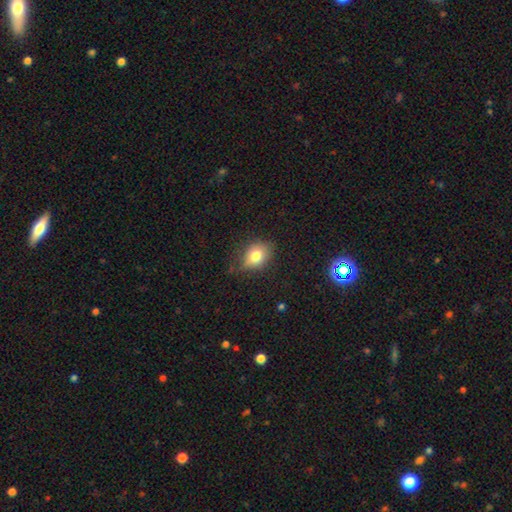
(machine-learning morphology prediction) Overall: smooth (78%). How rounded: in between (61%; round 38%). Merging: none (68%).